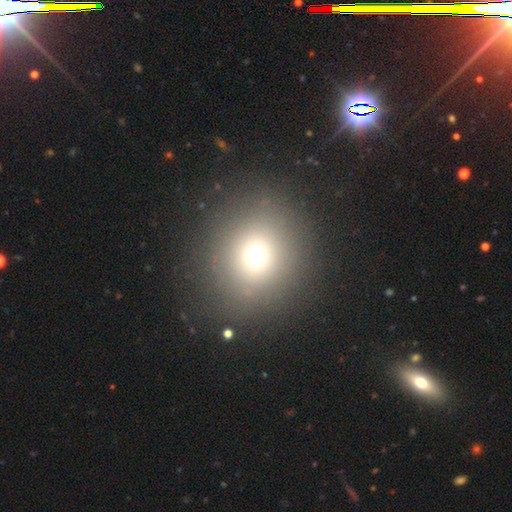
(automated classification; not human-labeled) Q: Smooth or featured?
A: smooth (68%); runner-up: star or artifact (20%)
Q: How rounded?
A: round (89%); runner-up: in between (10%)
Q: Merging?
A: none (86%); runner-up: minor disturbance (8%)